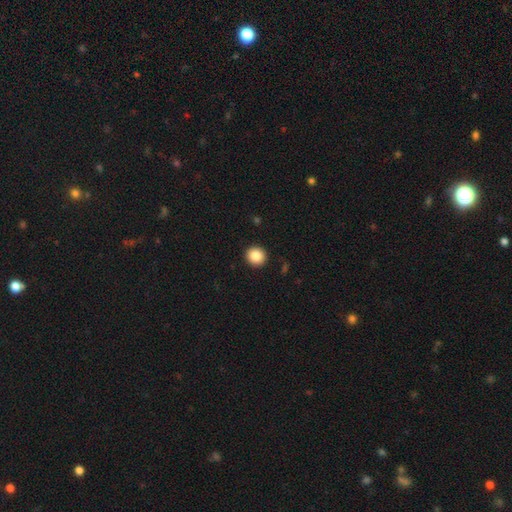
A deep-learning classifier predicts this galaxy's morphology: Q: Smooth or featured?
A: smooth (87%); runner-up: star or artifact (9%)
Q: How rounded?
A: round (92%); runner-up: in between (7%)
Q: Merging?
A: none (93%); runner-up: minor disturbance (5%)